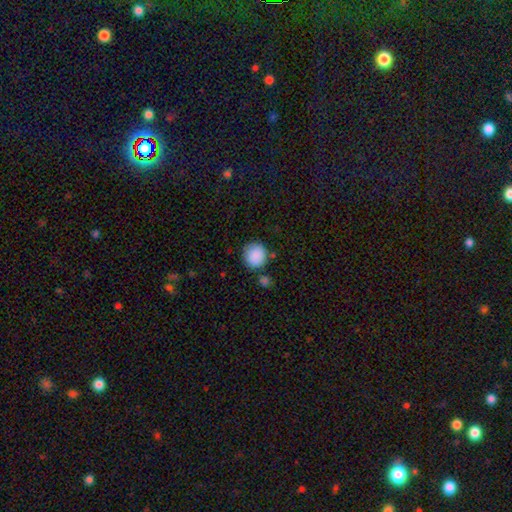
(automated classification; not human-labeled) This appears to be a smooth galaxy with no disk features (89%) that is round (91%). Merging: none (78%).